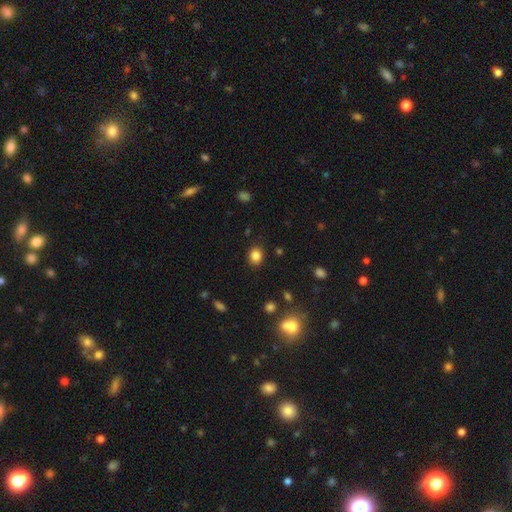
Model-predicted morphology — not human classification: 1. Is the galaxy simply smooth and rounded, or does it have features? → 84% smooth, 11% star or artifact, 5% featured or disk.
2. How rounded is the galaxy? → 64% round, 35% in between, 1% cigar-shaped.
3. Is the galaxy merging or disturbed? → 86% none, 9% minor disturbance, 3% major disturbance, 2% merger.